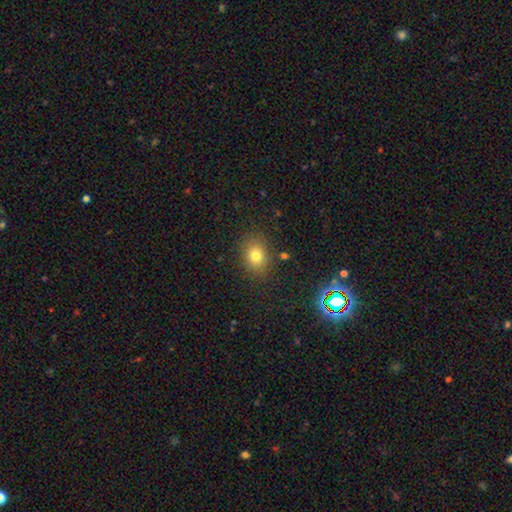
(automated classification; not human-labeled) This is likely a smooth galaxy (76%). How rounded: possibly in between (54%). Merging: clearly none (84%).